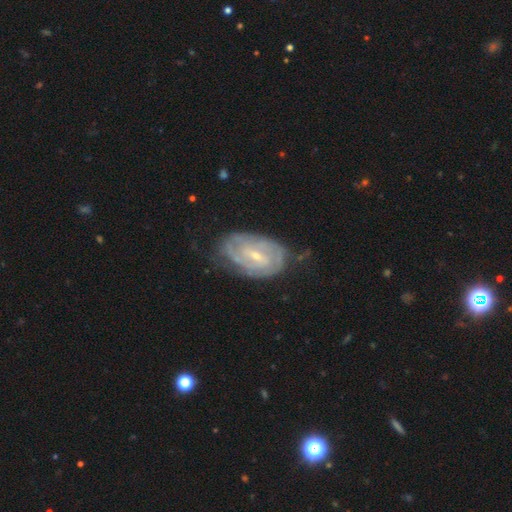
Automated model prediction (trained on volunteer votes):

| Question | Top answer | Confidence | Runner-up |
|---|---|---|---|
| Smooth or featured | featured or disk | 81% | smooth (13%) |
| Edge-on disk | no | 96% | yes (4%) |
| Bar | weak | 54% | no (25%) |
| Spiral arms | yes | 90% | no (10%) |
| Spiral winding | tight | 67% | medium (26%) |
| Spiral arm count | can't tell | 39% | 2 (35%) |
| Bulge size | small | 68% | moderate (29%) |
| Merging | none | 64% | minor disturbance (26%) |